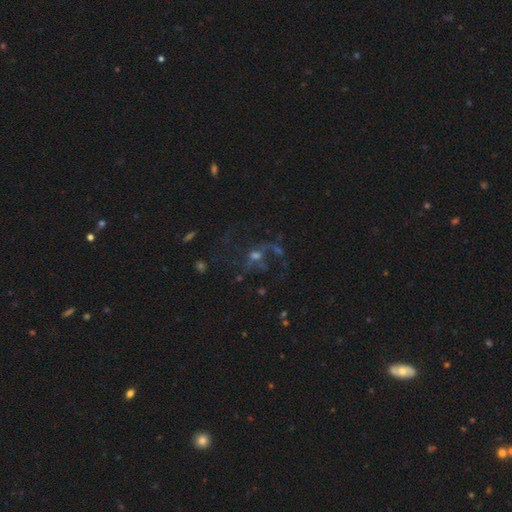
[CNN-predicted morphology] A featured or disk galaxy (55%) with no bar (67%), spiral arms (55%) and a moderate central bulge (45%). Merging: none (46%).